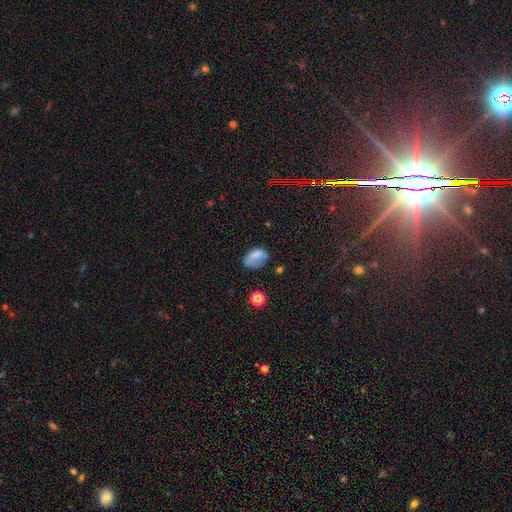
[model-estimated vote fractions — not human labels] Overall: smooth (70%). How rounded: in between (79%). Merging: none (42%; minor disturbance 31%).